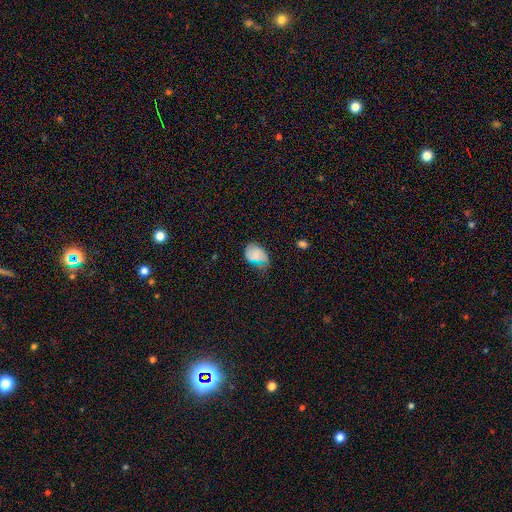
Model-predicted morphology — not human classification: Smooth or featured? Predicted: smooth (p=0.64). How rounded? Predicted: in between (p=0.84). Merging? Predicted: none (p=0.44).